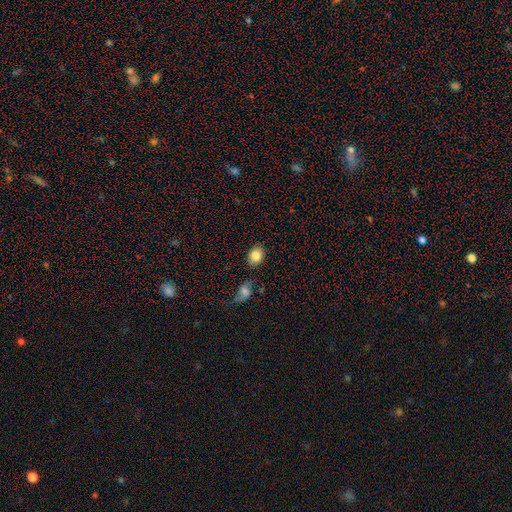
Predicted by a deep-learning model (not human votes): Smooth or featured: smooth — 84% (star or artifact — 9%)
How rounded: round — 53% (in between — 46%)
Merging: none — 76% (minor disturbance — 13%)